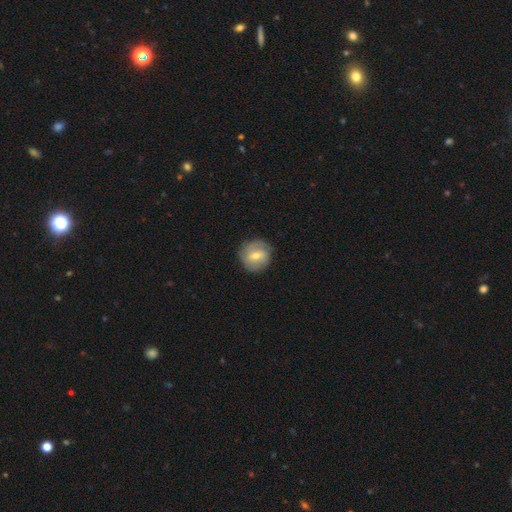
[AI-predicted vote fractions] Smooth or featured? featured or disk (53%)
Edge-on disk? no (96%)
Bar? weak (50%)
Spiral arms? yes (77%)
Bulge size? moderate (55%)
Merging? none (79%)